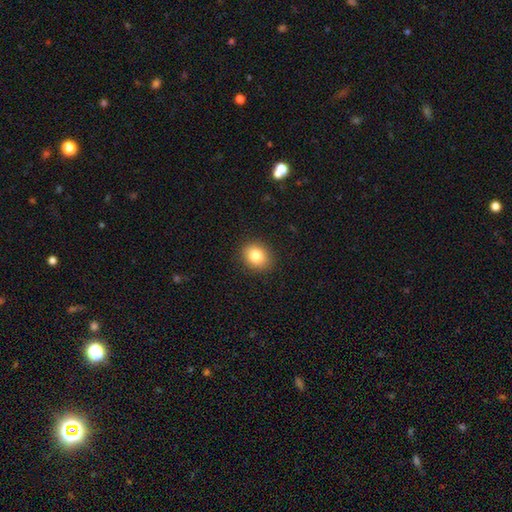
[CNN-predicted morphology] Q: Smooth or featured?
A: smooth (82%); runner-up: star or artifact (10%)
Q: How rounded?
A: round (62%); runner-up: in between (37%)
Q: Merging?
A: none (89%); runner-up: minor disturbance (7%)